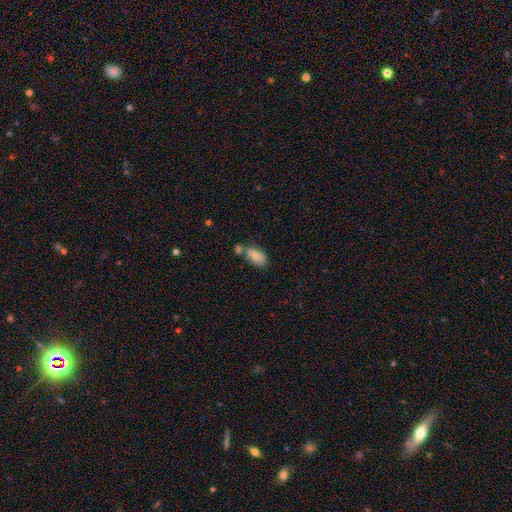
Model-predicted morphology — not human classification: Smooth or featured? smooth (80%)
How rounded? in between (93%)
Merging? none (52%)